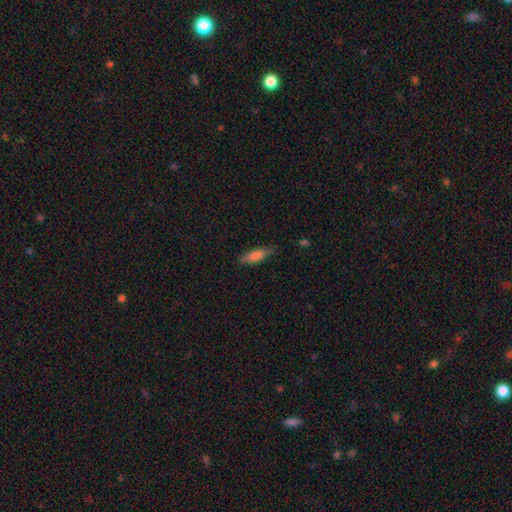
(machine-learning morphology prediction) This appears to be a smooth galaxy with no disk features (78%) that is cigar-shaped (54%). Merging: none (81%).